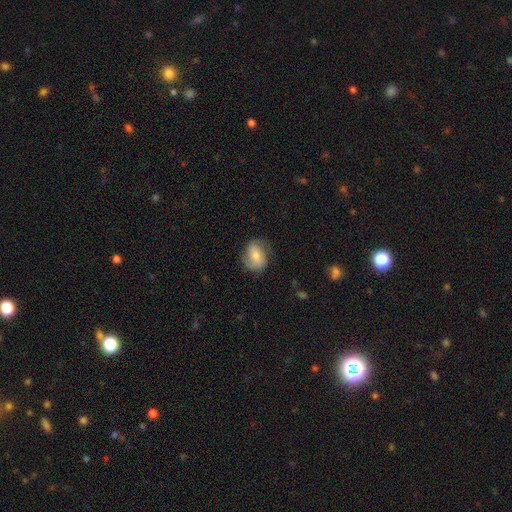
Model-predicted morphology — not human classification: This is possibly a smooth galaxy (48%). Merging: likely none (72%).